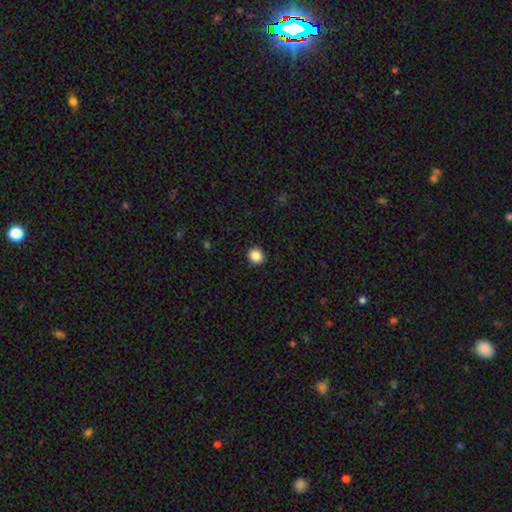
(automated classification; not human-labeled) A smooth galaxy with no disk features (87%) that is round (86%). Merging: none (92%).